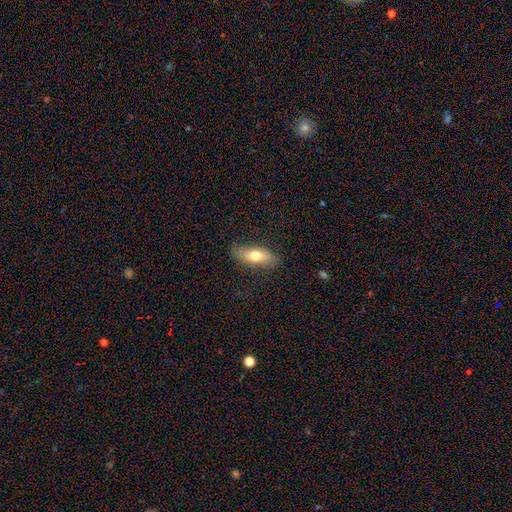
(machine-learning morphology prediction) Smooth or featured? Predicted: smooth (p=0.65). How rounded? Predicted: in between (p=0.65). Merging? Predicted: none (p=0.82).